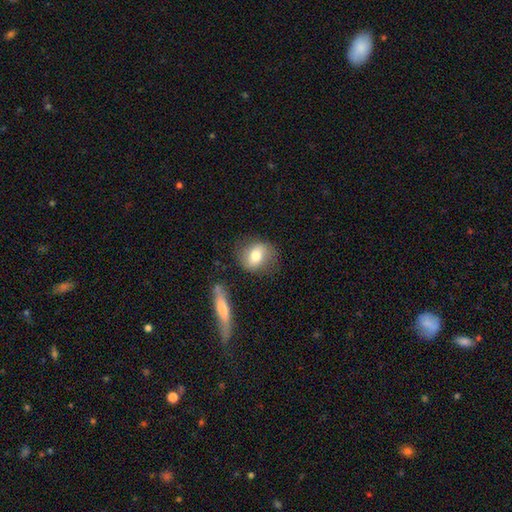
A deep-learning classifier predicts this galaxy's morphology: This appears to be a smooth galaxy with no disk features (66%) that is round (50%). Merging: none (74%).